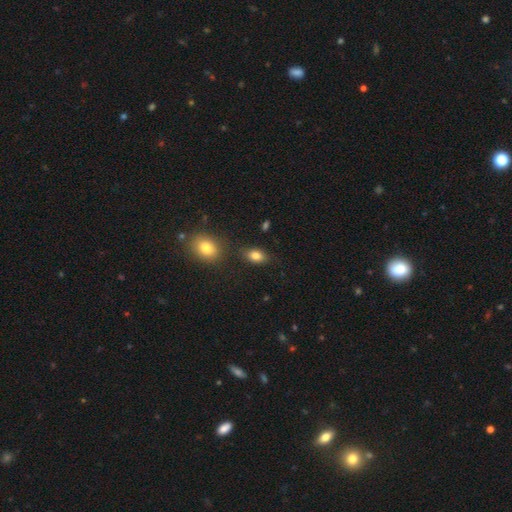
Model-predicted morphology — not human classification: The model was most divided on "how rounded": in between: 81%, round: 17%, cigar-shaped: 2%. More confident: smooth or featured — smooth (83%); merging — none (80%).